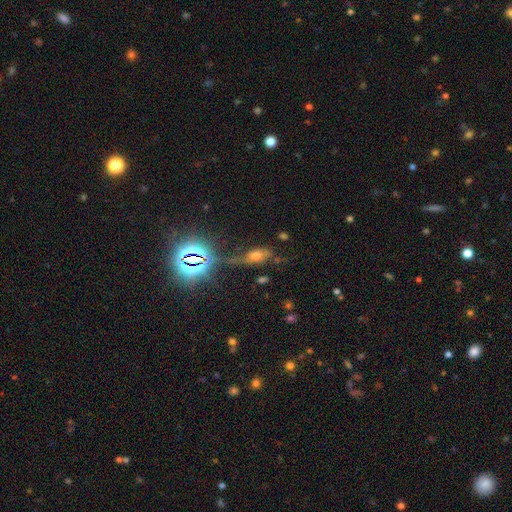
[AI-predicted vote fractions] Smooth or featured? Predicted: star or artifact (p=0.36).